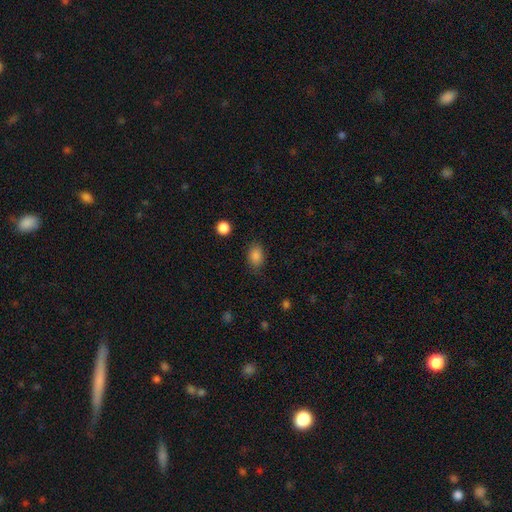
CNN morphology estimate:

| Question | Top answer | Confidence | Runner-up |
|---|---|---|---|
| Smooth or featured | smooth | 86% | star or artifact (10%) |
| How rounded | in between | 77% | round (22%) |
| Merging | none | 82% | minor disturbance (13%) |